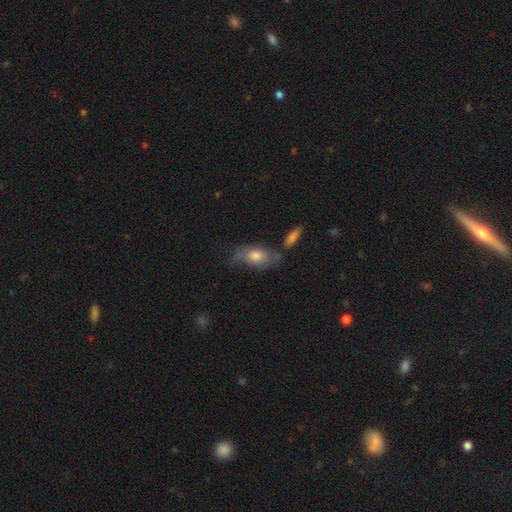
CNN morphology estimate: Smooth or featured?
  - smooth: 67% *
  - featured or disk: 25%
  - star or artifact: 8%
How rounded?
  - in between: 85% *
  - cigar-shaped: 9%
  - round: 6%
Merging?
  - none: 56% *
  - minor disturbance: 24%
  - merger: 11%
  - major disturbance: 9%